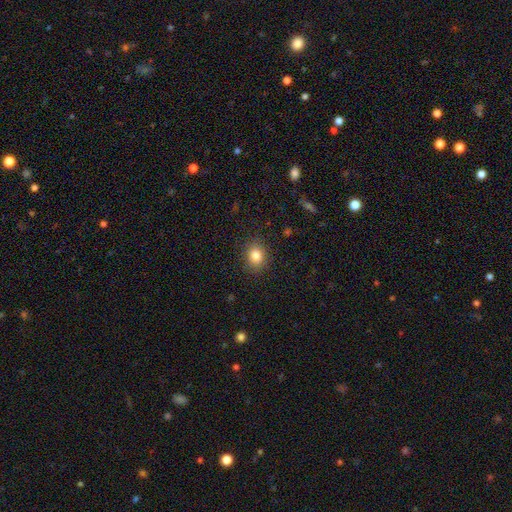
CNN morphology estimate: type=smooth (83%); roundness=round (58%); merging=none (86%).